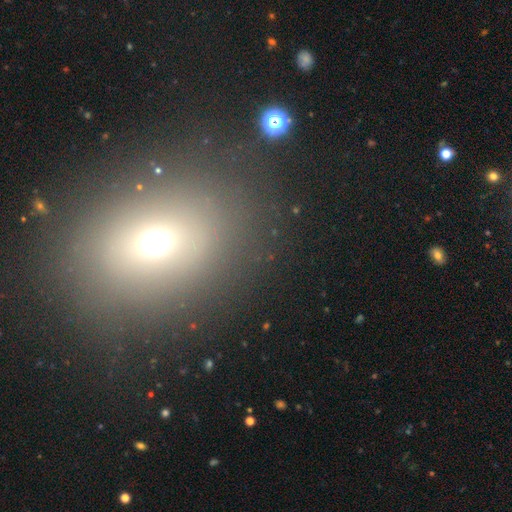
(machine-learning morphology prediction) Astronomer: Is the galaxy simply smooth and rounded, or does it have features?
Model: smooth — 53% (runner-up: star or artifact, 34%).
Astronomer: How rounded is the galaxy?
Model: round — 54% (runner-up: in between, 44%).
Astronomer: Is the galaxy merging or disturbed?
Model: none — 79%.